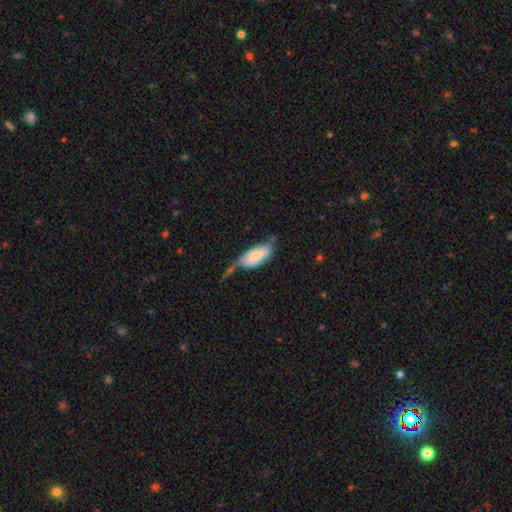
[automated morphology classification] This appears to be a smooth galaxy with no disk features (66%) that is in between round and cigar-shaped (88%). Merging: minor disturbance (30%).